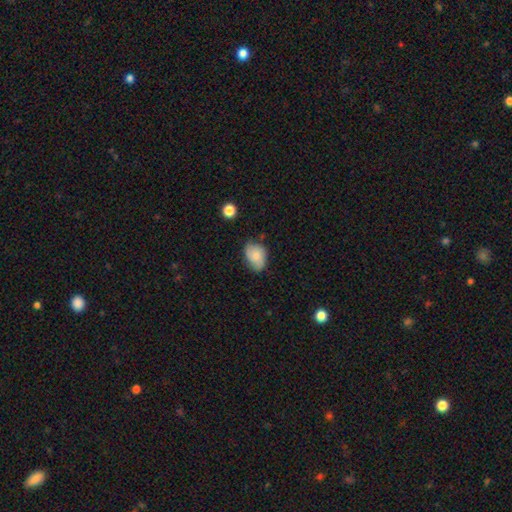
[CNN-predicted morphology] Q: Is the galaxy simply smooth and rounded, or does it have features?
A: smooth — 74%.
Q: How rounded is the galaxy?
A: in between — 76%.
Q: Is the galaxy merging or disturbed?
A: none — 60%.